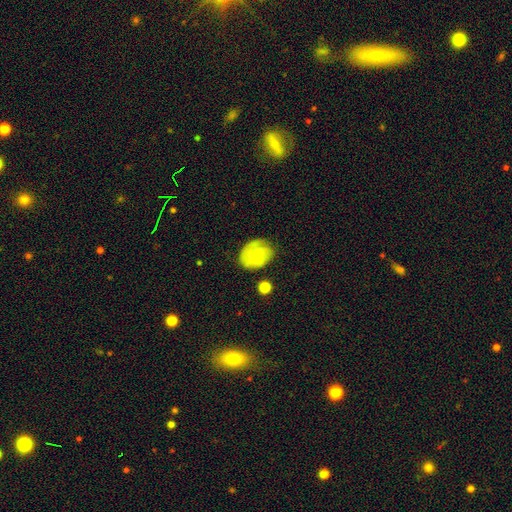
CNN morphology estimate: A featured or disk galaxy (52%) with no bar (72%), spiral arms (85%) and a small central bulge (67%). Merging: none (62%).